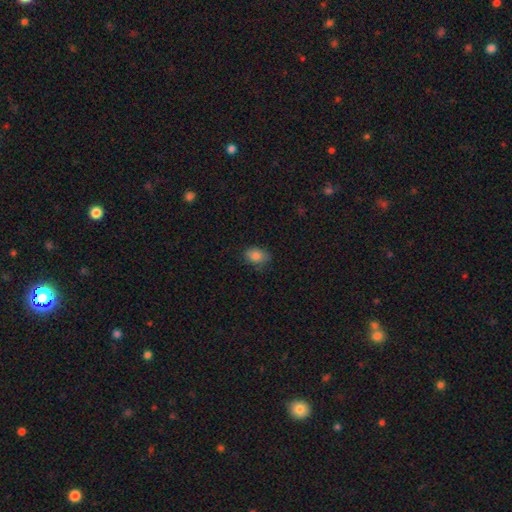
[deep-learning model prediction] Overall: smooth (85%). How rounded: in between (78%). Merging: none (73%).